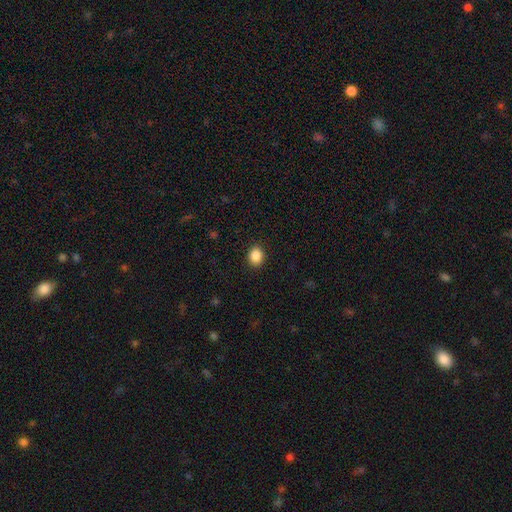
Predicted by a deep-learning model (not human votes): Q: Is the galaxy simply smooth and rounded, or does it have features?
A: smooth — 87%.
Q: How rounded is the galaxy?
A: round — 59%.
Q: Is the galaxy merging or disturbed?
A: none — 91%.